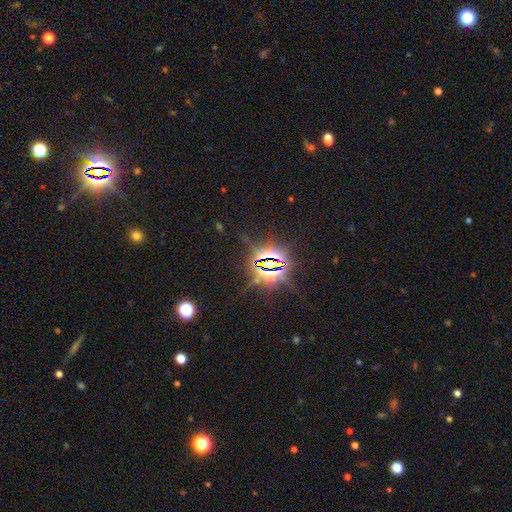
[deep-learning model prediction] Smooth or featured? Predicted: star or artifact (p=0.85).